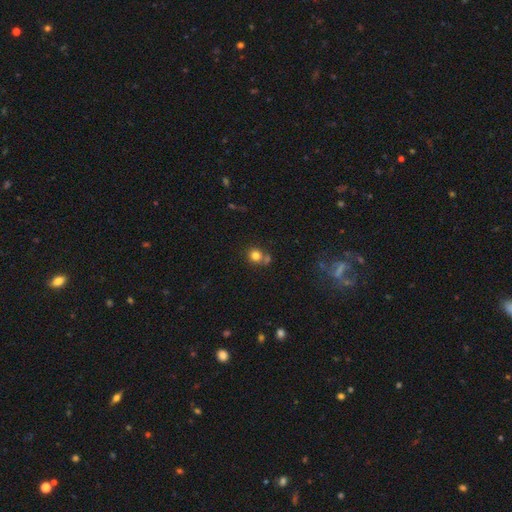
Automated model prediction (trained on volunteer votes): Smooth or featured: smooth — 78% (star or artifact — 13%)
How rounded: round — 85% (in between — 14%)
Merging: none — 61% (merger — 25%)